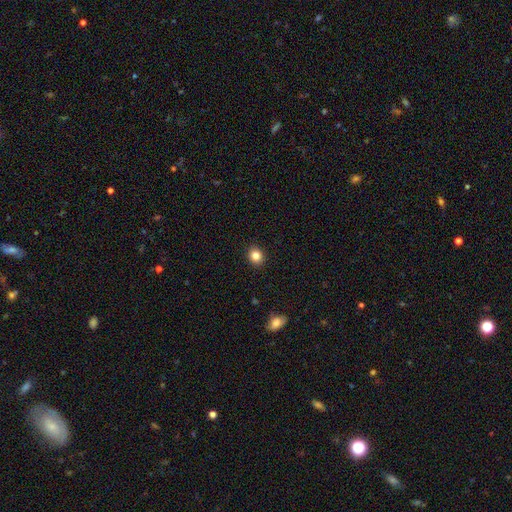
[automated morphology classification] This appears to be a smooth galaxy with no disk features (84%) that is round (73%). Merging: none (92%).